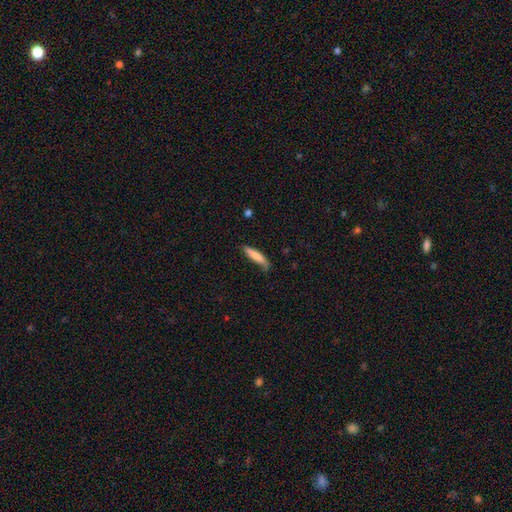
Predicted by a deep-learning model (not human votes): Morphology: type=smooth (79%); roundness=cigar-shaped (81%); merging=none (62%).